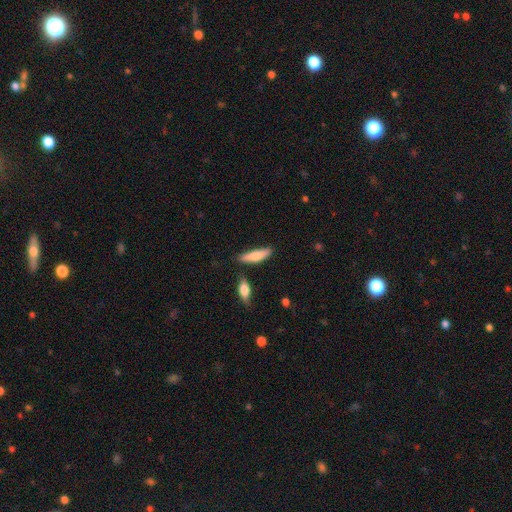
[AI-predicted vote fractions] This is likely a smooth galaxy (77%). How rounded: likely cigar-shaped (65%). Merging: likely none (73%).